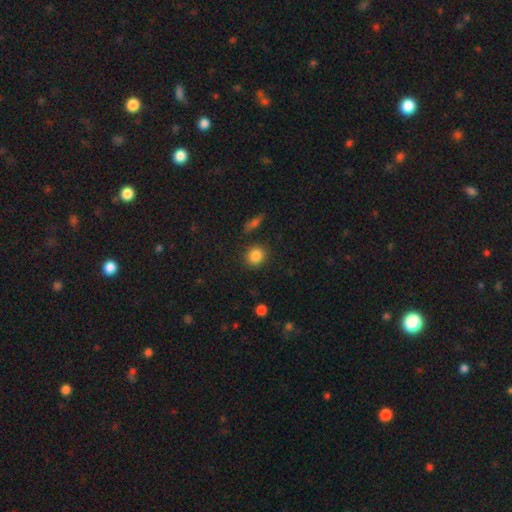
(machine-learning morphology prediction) type=smooth (85%); roundness=round (81%); merging=none (87%).